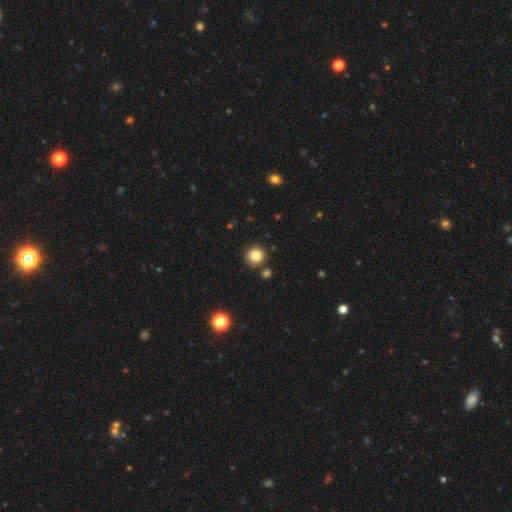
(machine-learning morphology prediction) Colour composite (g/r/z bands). It shows a smooth galaxy with no disk features (85%) that is round (93%). Merging: none (84%).